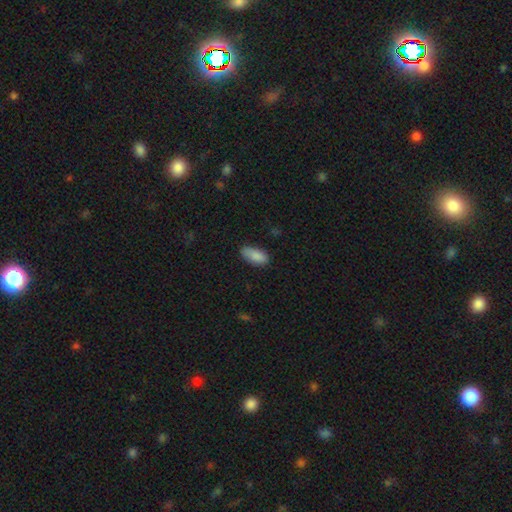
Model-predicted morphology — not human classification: Smooth or featured? Predicted: smooth (p=0.88). How rounded? Predicted: in between (p=0.88). Merging? Predicted: none (p=0.76).